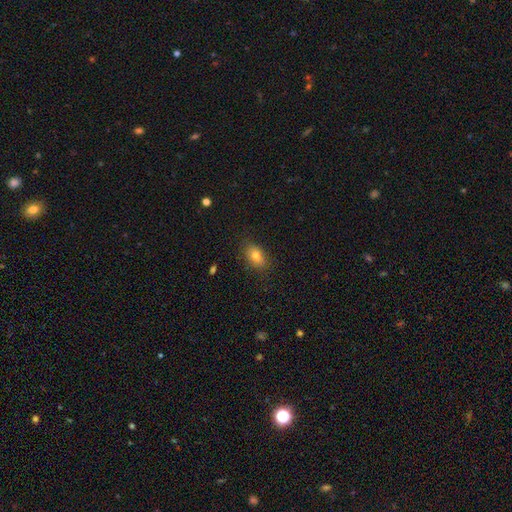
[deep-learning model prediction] Smooth or featured?
  - smooth: 81% *
  - featured or disk: 10%
  - star or artifact: 10%
How rounded?
  - in between: 83% *
  - round: 14%
  - cigar-shaped: 3%
Merging?
  - none: 82% *
  - minor disturbance: 14%
  - major disturbance: 3%
  - merger: 1%